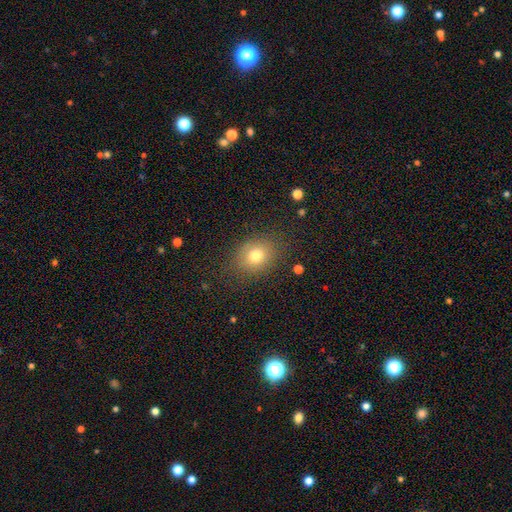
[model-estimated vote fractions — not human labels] This appears to be a smooth galaxy with no disk features (74%) that is in between round and cigar-shaped (50%). Merging: none (78%).